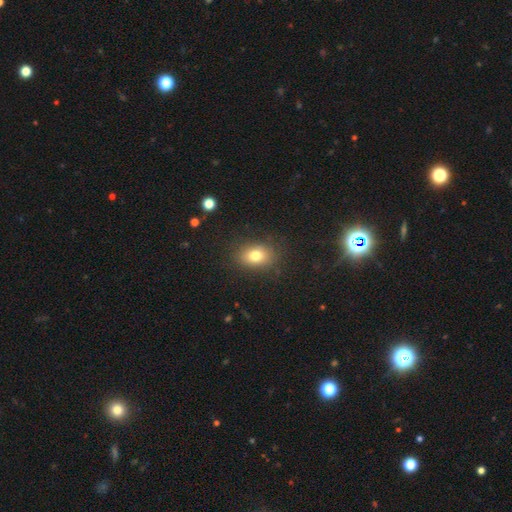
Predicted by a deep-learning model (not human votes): Overall: smooth (78%). How rounded: in between (70%). Merging: none (83%).